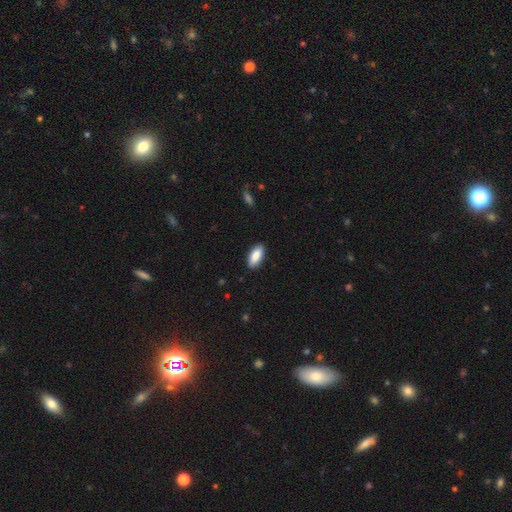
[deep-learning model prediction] A smooth galaxy with no disk features (87%) that is in between round and cigar-shaped (86%).

Vote fractions:
- Smooth or featured? smooth: 87% / featured or disk: 7% / star or artifact: 6%
- How rounded? in between: 86% / cigar-shaped: 13% / round: 2%
- Merging? none: 89% / minor disturbance: 8% / major disturbance: 2% / merger: 1%